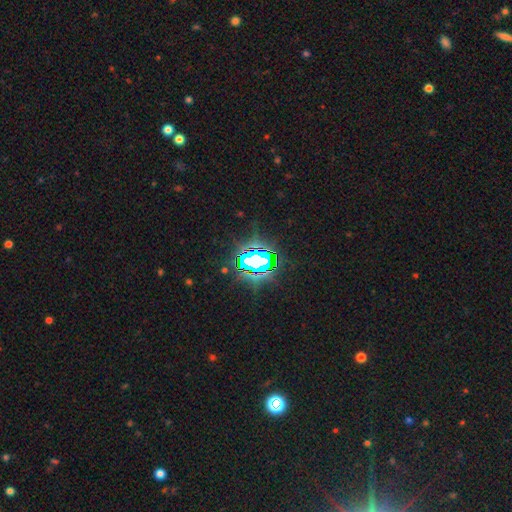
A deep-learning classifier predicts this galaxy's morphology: smooth_or_featured: star or artifact (p=0.73) [alt: smooth p=0.14]